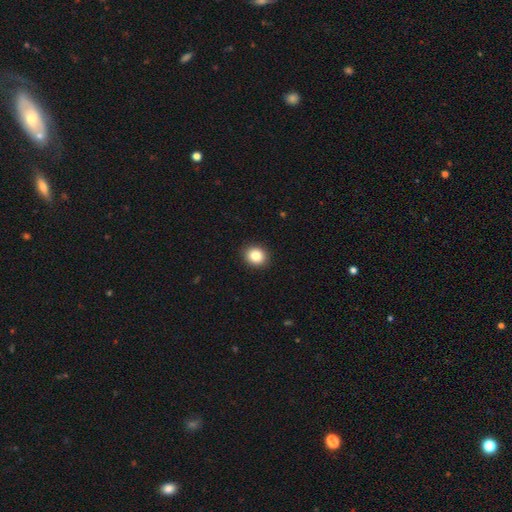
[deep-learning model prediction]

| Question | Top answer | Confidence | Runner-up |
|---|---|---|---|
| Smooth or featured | smooth | 84% | star or artifact (10%) |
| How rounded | round | 73% | in between (26%) |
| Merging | none | 92% | minor disturbance (6%) |